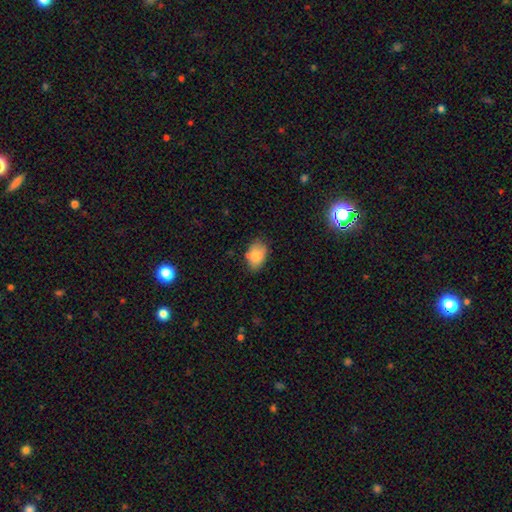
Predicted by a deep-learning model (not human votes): Smooth or featured: smooth — 81% (featured or disk — 11%)
How rounded: in between — 85% (round — 14%)
Merging: none — 67% (minor disturbance — 23%)